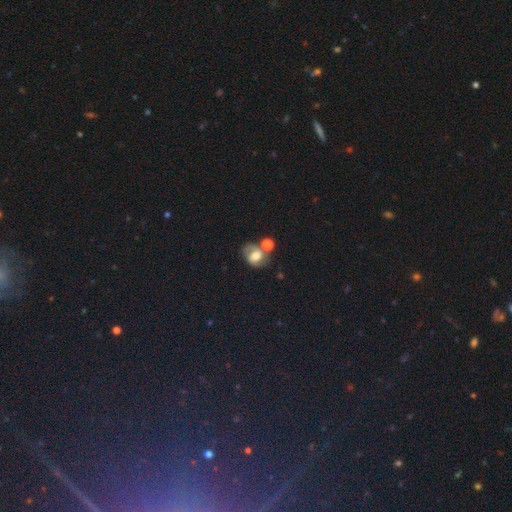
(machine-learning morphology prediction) This appears to be a featured or disk galaxy (53%) with no bar (47%), spiral arms (80%) and a moderate central bulge (54%). Merging: none (49%).